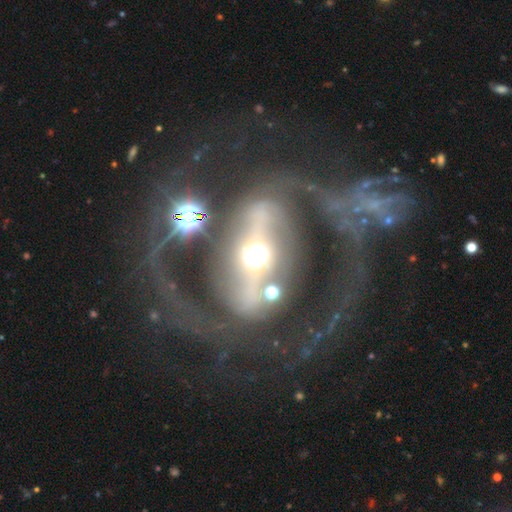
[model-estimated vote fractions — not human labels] This is likely a featured or disk galaxy (78%). It is clearly not viewed edge-on (86%). Bar: possibly strong (59%). Spiral arm pattern: likely yes (67%). Central bulge: possibly moderate (52%). Merging: possibly none (56%).